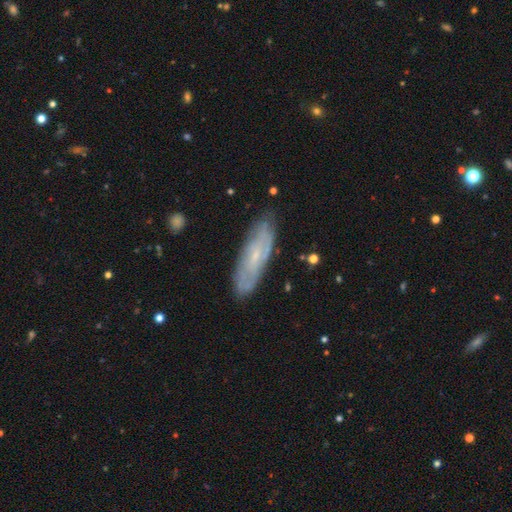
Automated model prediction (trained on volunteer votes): Smooth or featured?
  - featured or disk: 61% *
  - smooth: 32%
  - star or artifact: 8%
Edge-on disk?
  - no: 76% *
  - yes: 24%
Merging?
  - none: 82% *
  - minor disturbance: 14%
  - major disturbance: 3%
  - merger: 2%